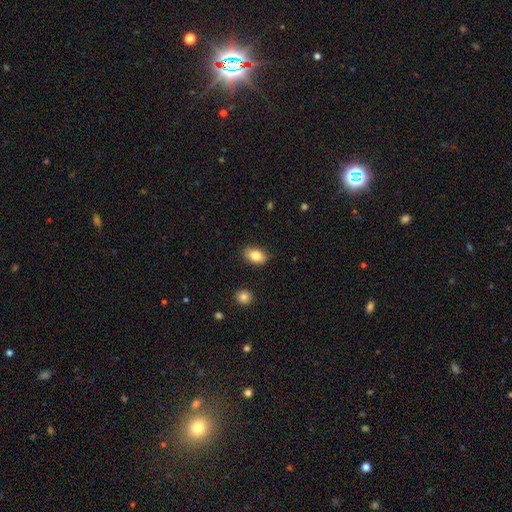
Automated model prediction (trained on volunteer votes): smooth-or-featured: smooth: 84% | featured or disk: 9% | star or artifact: 8%
  how-rounded: in between: 88% | round: 10% | cigar-shaped: 2%
  merging: none: 87% | minor disturbance: 10% | major disturbance: 2% | merger: 1%